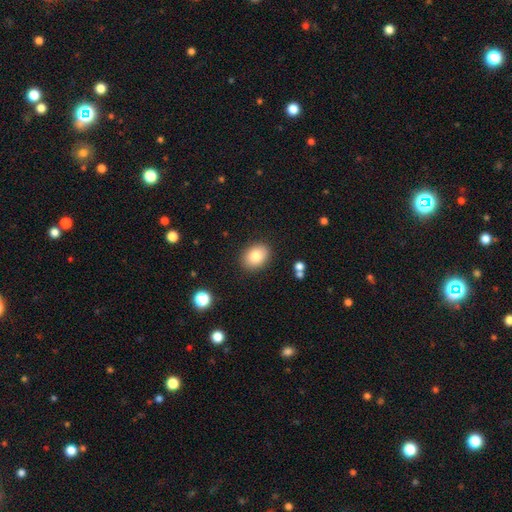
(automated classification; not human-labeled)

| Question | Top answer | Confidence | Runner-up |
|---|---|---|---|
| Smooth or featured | smooth | 83% | featured or disk (9%) |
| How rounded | in between | 64% | round (36%) |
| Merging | none | 88% | minor disturbance (8%) |